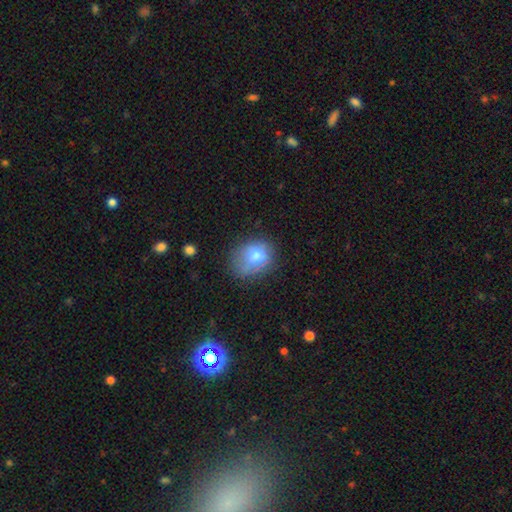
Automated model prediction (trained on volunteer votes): smooth_or_featured: smooth (p=0.75) [alt: featured or disk p=0.16]
how_rounded: in between (p=0.52) [alt: round p=0.47]
merging: none (p=0.55) [alt: minor disturbance p=0.29]